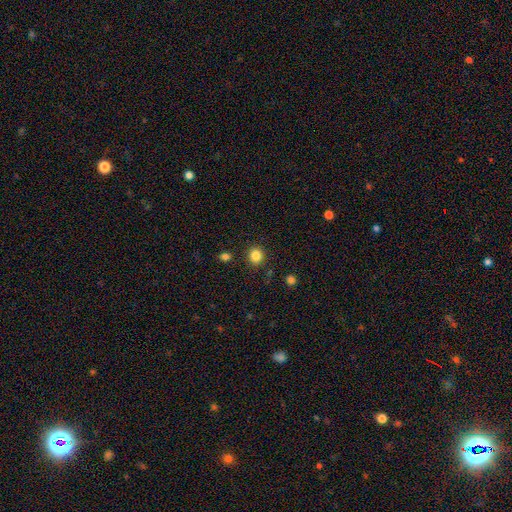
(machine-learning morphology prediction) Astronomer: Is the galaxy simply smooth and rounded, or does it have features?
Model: smooth — 85%.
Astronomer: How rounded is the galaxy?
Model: round — 87%.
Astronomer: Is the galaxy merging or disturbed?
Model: none — 89%.